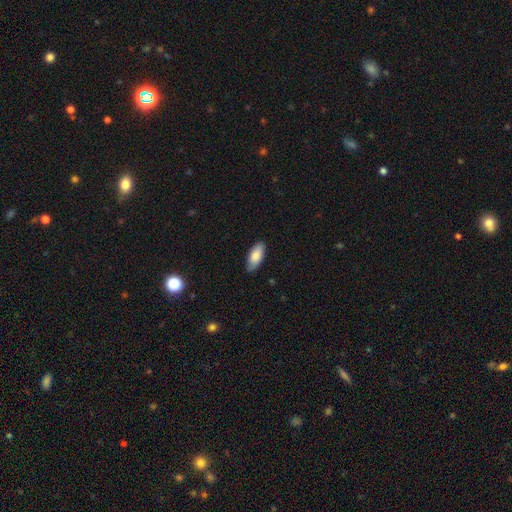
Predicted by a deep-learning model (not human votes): Smooth or featured?
  - smooth: 82% *
  - featured or disk: 12%
  - star or artifact: 6%
How rounded?
  - in between: 86% *
  - cigar-shaped: 12%
  - round: 2%
Merging?
  - none: 84% *
  - minor disturbance: 13%
  - major disturbance: 2%
  - merger: 1%